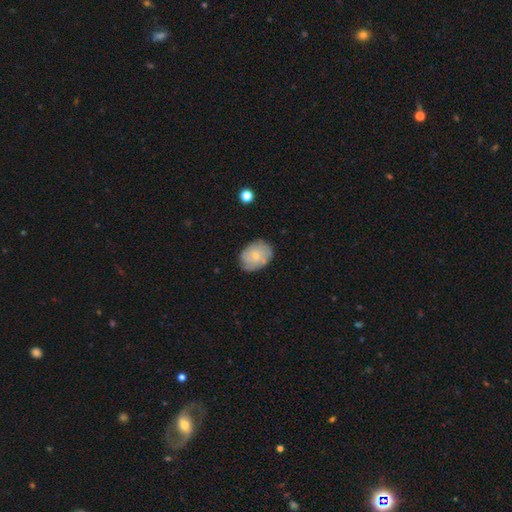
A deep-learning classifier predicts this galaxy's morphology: smooth-or-featured: smooth: 50% | featured or disk: 42% | star or artifact: 8%
  merging: none: 74% | minor disturbance: 20% | major disturbance: 5% | merger: 2%